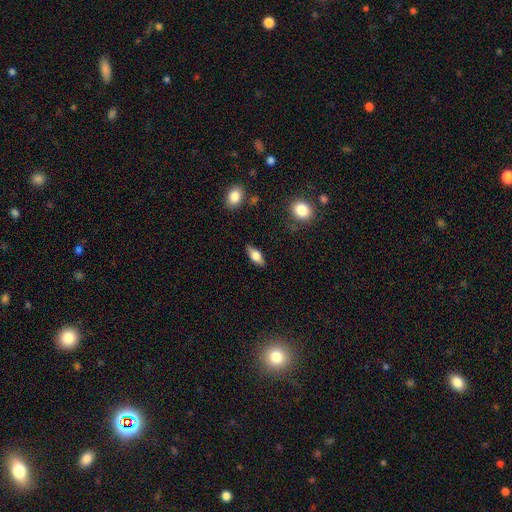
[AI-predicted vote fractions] The model was most divided on "smooth or featured": smooth: 63%, featured or disk: 30%, star or artifact: 7%. More confident: merging — none (85%); how rounded — in between (74%).